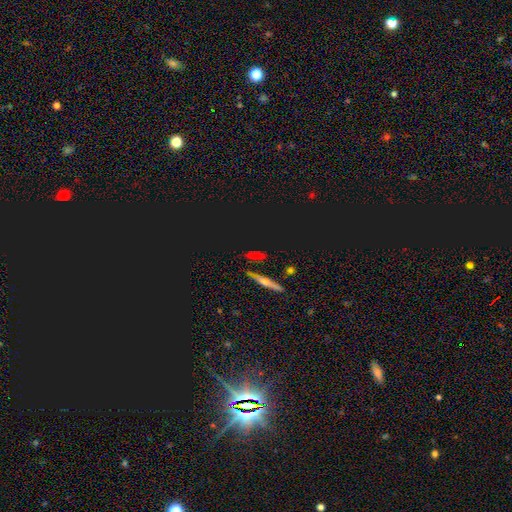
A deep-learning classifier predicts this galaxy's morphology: type=star or artifact (43%).